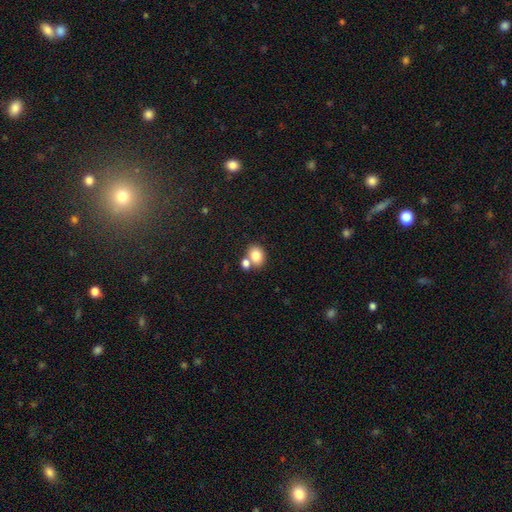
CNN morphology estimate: smooth_or_featured: smooth (p=0.82) [alt: star or artifact p=0.09]
how_rounded: in between (p=0.55) [alt: round p=0.44]
merging: none (p=0.52) [alt: merger p=0.36]